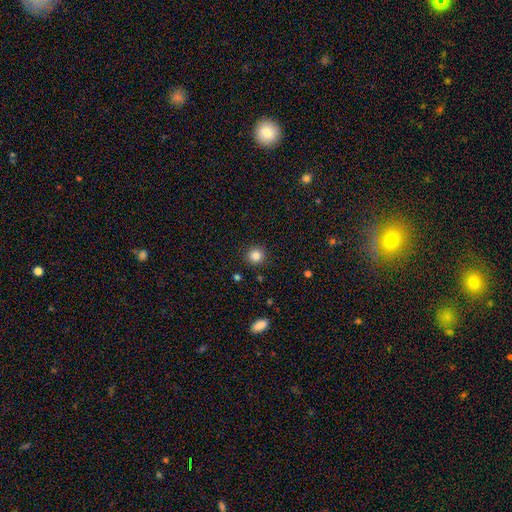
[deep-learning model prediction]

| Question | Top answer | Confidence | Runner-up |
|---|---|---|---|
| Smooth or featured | smooth | 84% | star or artifact (11%) |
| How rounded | round | 93% | in between (6%) |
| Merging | none | 91% | minor disturbance (6%) |